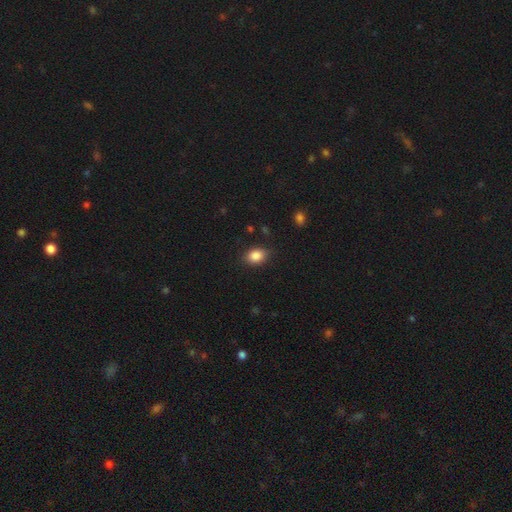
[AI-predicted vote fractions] smooth 86%, star or artifact 9%, featured or disk 5%. Down the decision tree: how rounded — in between (68%); merging — none (83%).